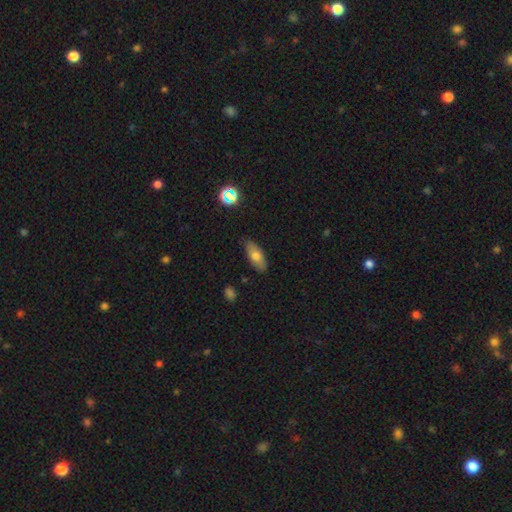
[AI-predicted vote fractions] Smooth or featured? Predicted: smooth (p=0.72). How rounded? Predicted: in between (p=0.82). Merging? Predicted: none (p=0.82).